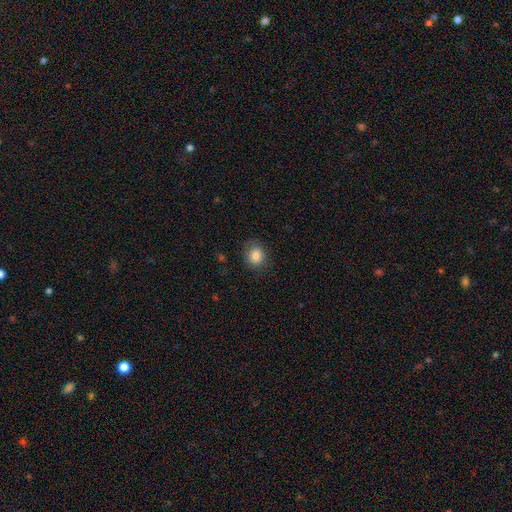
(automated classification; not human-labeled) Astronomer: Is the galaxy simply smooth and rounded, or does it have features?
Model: smooth — 83%.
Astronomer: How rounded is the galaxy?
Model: round — 65%.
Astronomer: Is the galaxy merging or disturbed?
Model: none — 81%.